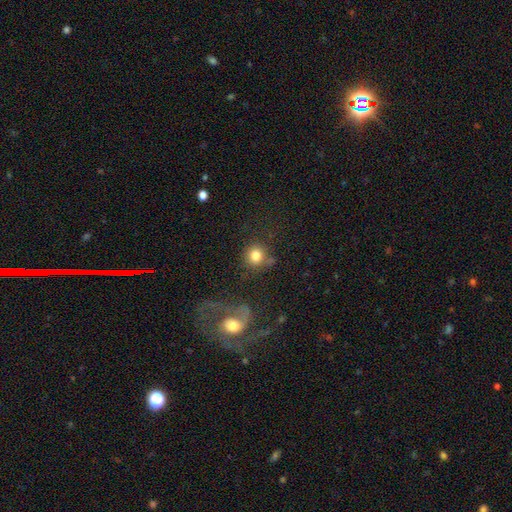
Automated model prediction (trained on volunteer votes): smooth-or-featured: smooth: 80% | star or artifact: 10% | featured or disk: 10%
  how-rounded: round: 87% | in between: 12% | cigar-shaped: 1%
  merging: none: 65% | minor disturbance: 14% | merger: 12% | major disturbance: 10%